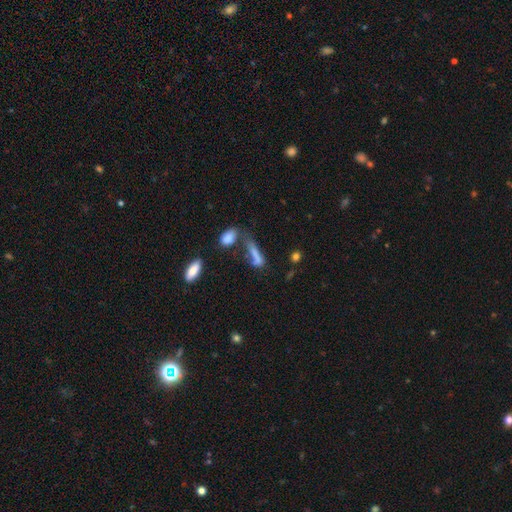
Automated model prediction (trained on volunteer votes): Smooth or featured: smooth — 67% (featured or disk — 21%)
How rounded: cigar-shaped — 56% (in between — 39%)
Merging: merger — 32% (none — 28%)